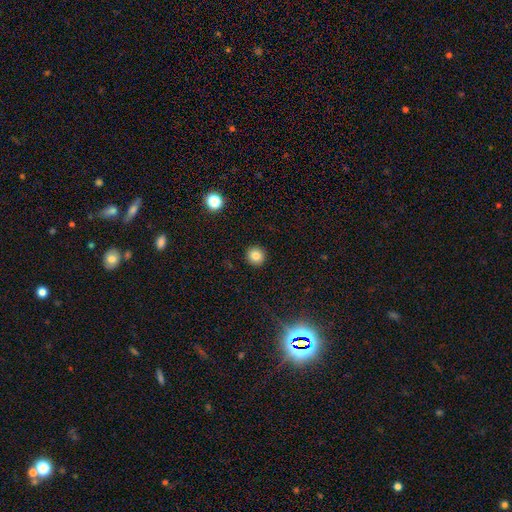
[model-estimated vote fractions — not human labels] Overall: smooth (82%). How rounded: round (95%). Merging: none (93%).